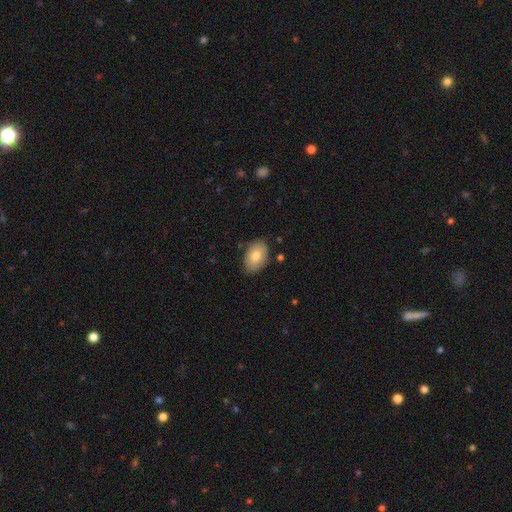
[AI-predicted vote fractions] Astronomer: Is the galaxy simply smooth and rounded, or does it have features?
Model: smooth — 80%.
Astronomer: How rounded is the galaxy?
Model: in between — 89%.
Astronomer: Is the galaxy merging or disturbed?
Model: none — 81%.